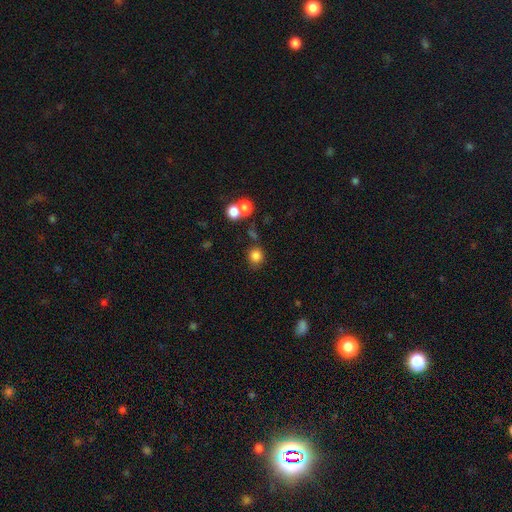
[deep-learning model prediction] This is clearly a smooth galaxy (83%). How rounded: clearly round (83%). Merging: likely none (75%).